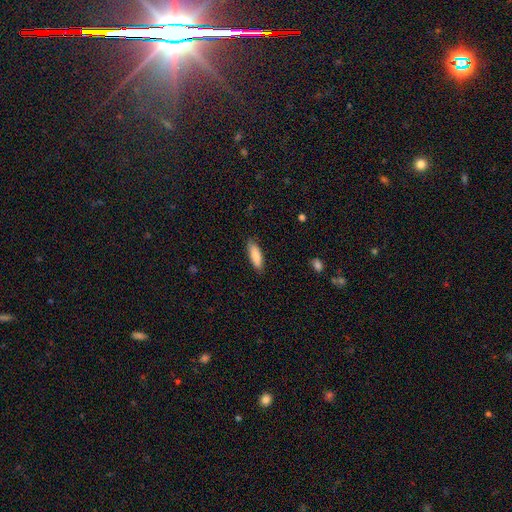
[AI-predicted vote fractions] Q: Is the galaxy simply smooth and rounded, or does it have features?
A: smooth — 85%.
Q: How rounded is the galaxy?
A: in between — 60%.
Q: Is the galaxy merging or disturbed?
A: none — 85%.